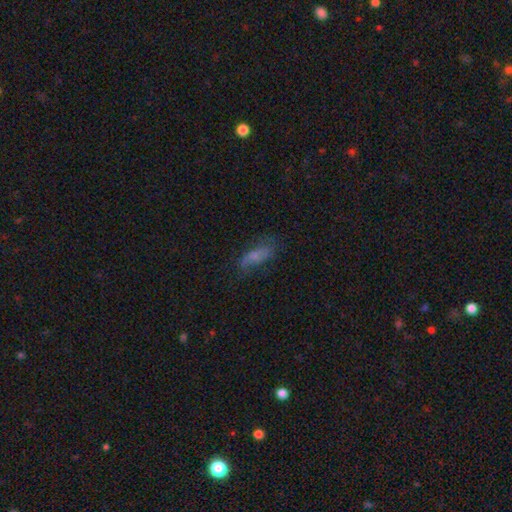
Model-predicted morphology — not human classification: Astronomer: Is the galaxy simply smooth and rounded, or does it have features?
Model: smooth — 56% (runner-up: featured or disk, 32%).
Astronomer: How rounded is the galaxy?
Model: in between — 70%.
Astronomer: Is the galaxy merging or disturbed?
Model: none — 55%.